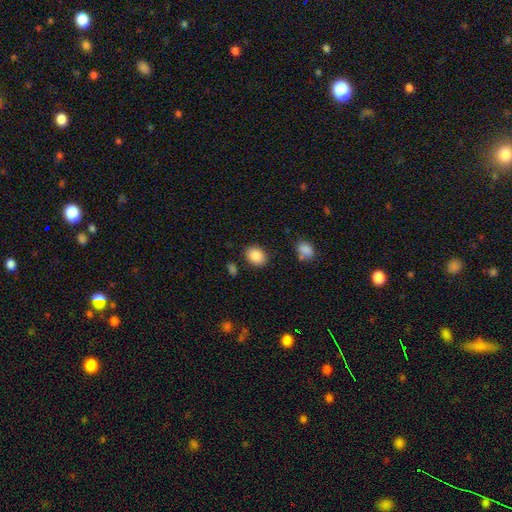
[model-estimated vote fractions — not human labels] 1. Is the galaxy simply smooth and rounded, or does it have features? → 87% smooth, 8% star or artifact, 5% featured or disk.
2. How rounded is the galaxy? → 65% in between, 34% round, 1% cigar-shaped.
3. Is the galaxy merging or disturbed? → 84% none, 10% minor disturbance, 3% major disturbance, 3% merger.